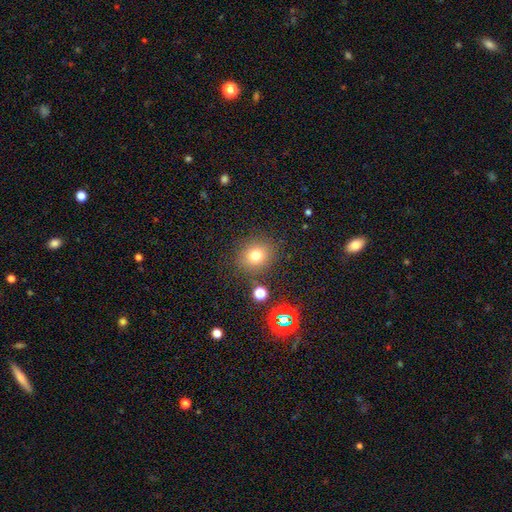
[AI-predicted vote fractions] This appears to be a smooth galaxy with no disk features (74%) that is round (81%). Merging: none (84%).